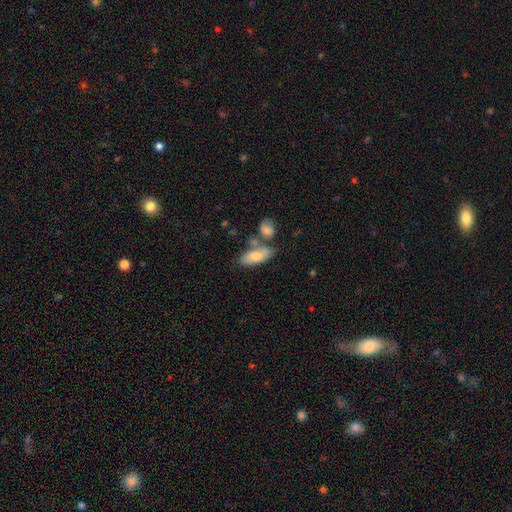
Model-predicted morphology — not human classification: Smooth or featured? smooth (73%)
How rounded? in between (83%)
Merging? none (50%)